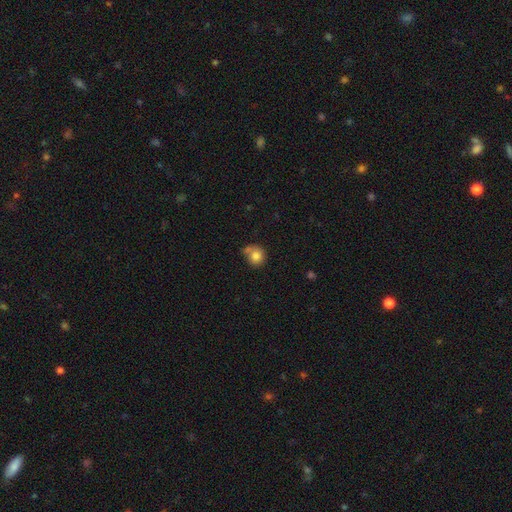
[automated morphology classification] type=smooth (80%); roundness=round (85%); merging=none (53%).